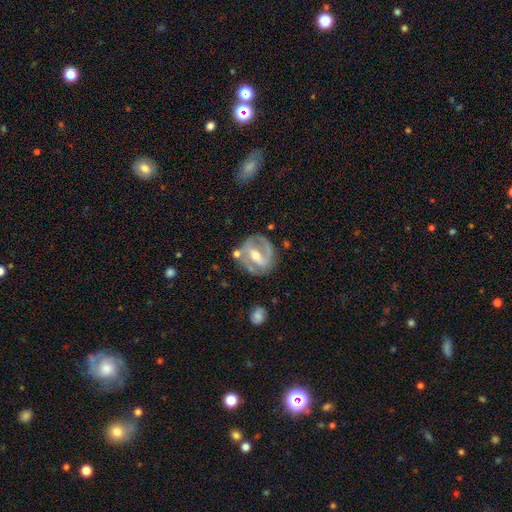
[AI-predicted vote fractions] Smooth or featured?
  - featured or disk: 82% *
  - smooth: 13%
  - star or artifact: 5%
Edge-on disk?
  - no: 96% *
  - yes: 4%
Bar?
  - strong: 52% *
  - weak: 33%
  - no: 15%
Spiral arms?
  - yes: 84% *
  - no: 16%
Spiral winding?
  - medium: 44% *
  - tight: 41%
  - loose: 15%
Spiral arm count?
  - 2: 79% *
  - can't tell: 9%
  - 1: 8%
  - 3: 2%
  - 4: 1%
  - more than 4: 1%
Bulge size?
  - moderate: 63% *
  - small: 32%
  - large: 3%
  - none: 1%
  - dominant: 1%
Merging?
  - none: 73% *
  - minor disturbance: 16%
  - major disturbance: 6%
  - merger: 5%